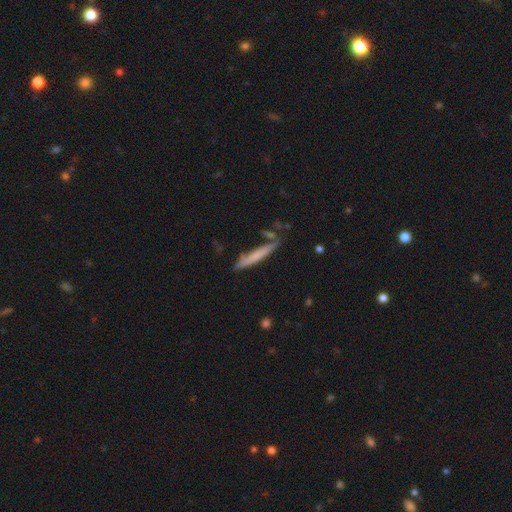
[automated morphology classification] type=smooth (65%); roundness=cigar-shaped (94%); merging=none (76%).